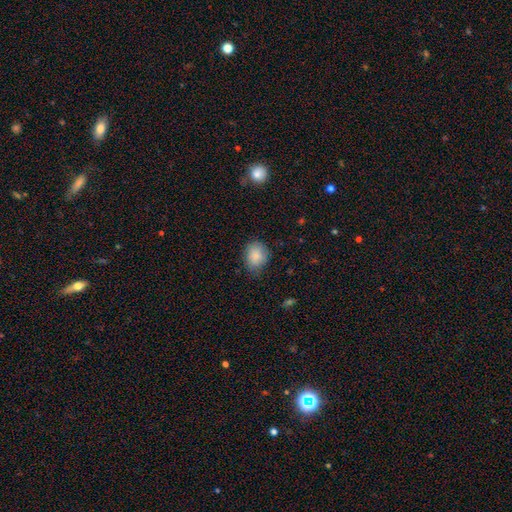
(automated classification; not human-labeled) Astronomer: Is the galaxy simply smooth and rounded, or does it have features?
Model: smooth — 85%.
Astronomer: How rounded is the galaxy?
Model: round — 50% (runner-up: in between, 49%).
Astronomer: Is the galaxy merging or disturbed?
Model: none — 70%.